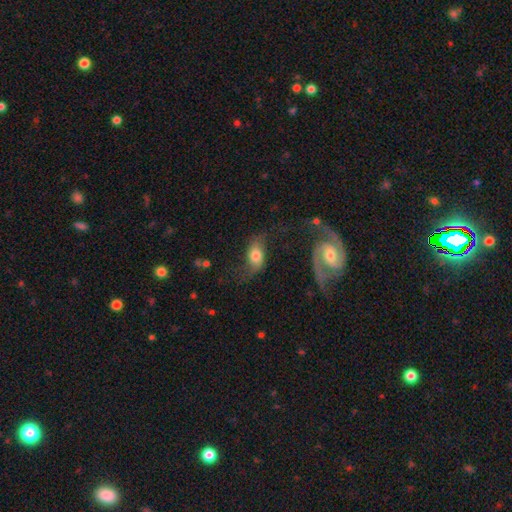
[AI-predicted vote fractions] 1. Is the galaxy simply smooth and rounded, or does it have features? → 47% featured or disk, 44% smooth, 9% star or artifact.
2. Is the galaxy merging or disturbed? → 48% none, 23% major disturbance, 22% minor disturbance, 7% merger.